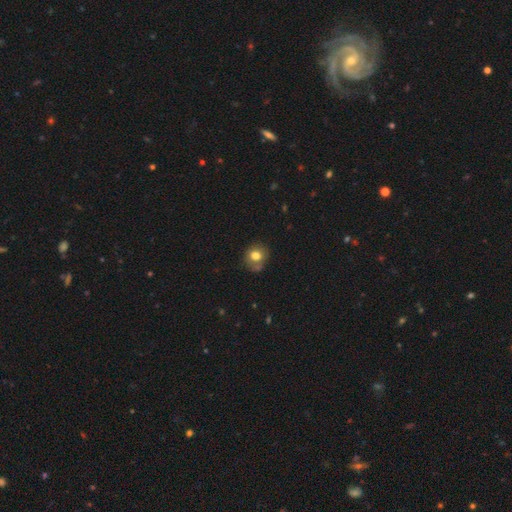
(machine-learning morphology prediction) Q: Smooth or featured?
A: smooth (76%); runner-up: featured or disk (14%)
Q: How rounded?
A: round (75%); runner-up: in between (24%)
Q: Merging?
A: none (66%); runner-up: minor disturbance (19%)